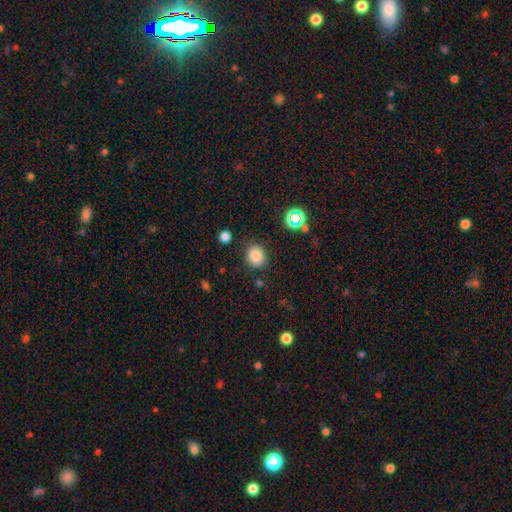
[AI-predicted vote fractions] This is clearly a smooth galaxy (81%). How rounded: likely round (74%). Merging: clearly none (83%).